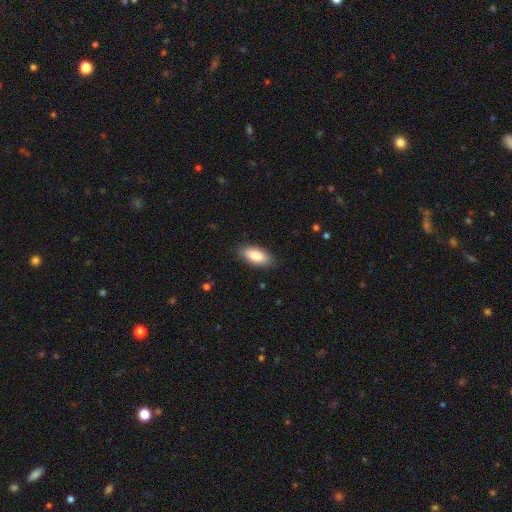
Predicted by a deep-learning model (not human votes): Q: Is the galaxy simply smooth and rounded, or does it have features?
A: smooth — 86%.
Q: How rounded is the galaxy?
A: in between — 88%.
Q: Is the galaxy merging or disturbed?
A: none — 86%.